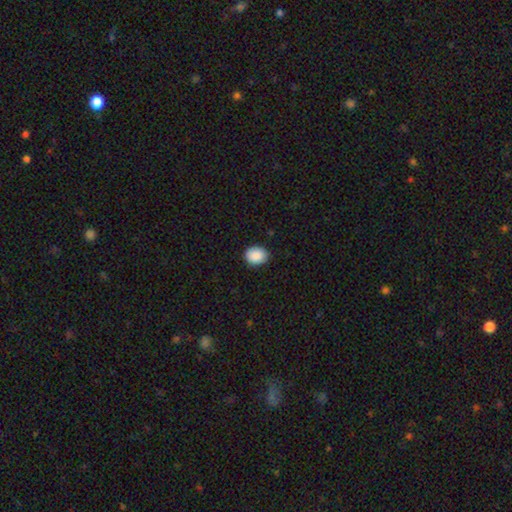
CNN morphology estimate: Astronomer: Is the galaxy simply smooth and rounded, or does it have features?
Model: smooth — 90%.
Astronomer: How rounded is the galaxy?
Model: in between — 51% (runner-up: round, 48%).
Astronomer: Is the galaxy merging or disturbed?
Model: none — 88%.